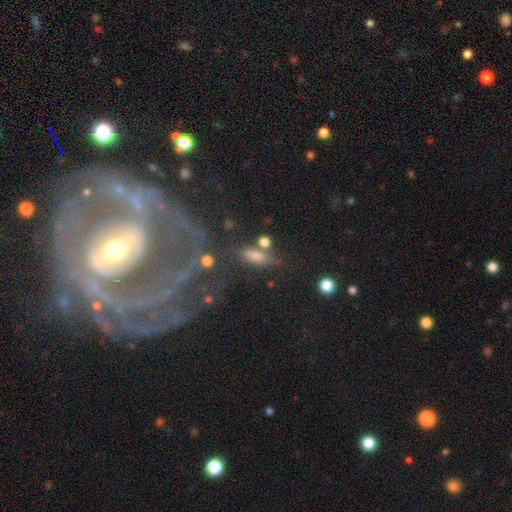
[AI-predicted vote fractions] A featured or disk galaxy (66%) with no bar (36%), spiral arms (73%) and a moderate central bulge (47%).

Vote fractions:
- Smooth or featured? featured or disk: 66% / smooth: 22% / star or artifact: 12%
- Edge-on disk? no: 88% / yes: 12%
- Bar? no: 36% / weak: 32% / strong: 31%
- Spiral arms? yes: 73% / no: 27%
- Bulge size? moderate: 47% / small: 37% / large: 9% / none: 3% / dominant: 3%
- Merging? none: 56% / minor disturbance: 18% / major disturbance: 17% / merger: 9%